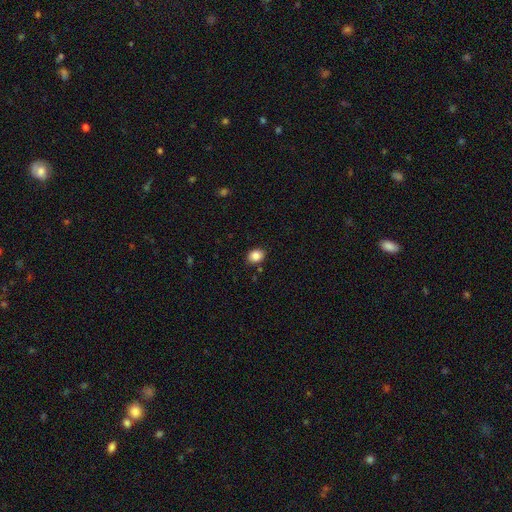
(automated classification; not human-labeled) A smooth galaxy with no disk features (87%) that is in between round and cigar-shaped (57%). Merging: none (85%).